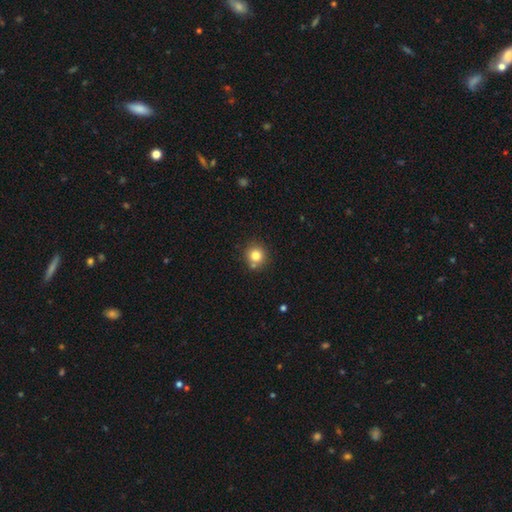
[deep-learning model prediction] Smooth or featured: smooth — 80% (star or artifact — 12%)
How rounded: round — 92% (in between — 7%)
Merging: none — 76% (merger — 12%)